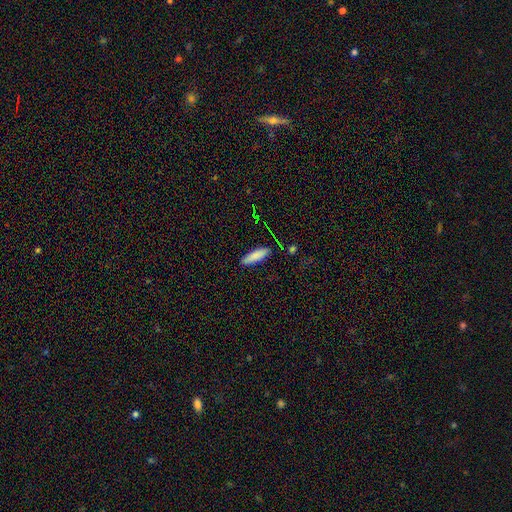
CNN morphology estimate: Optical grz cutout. It shows a smooth galaxy with no disk features (83%) that is cigar-shaped (63%). Merging: none (84%).